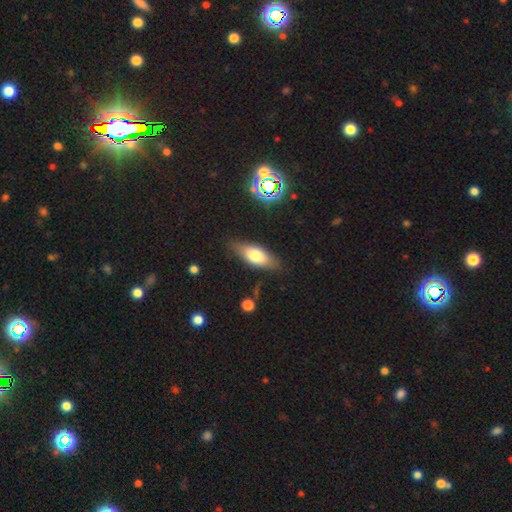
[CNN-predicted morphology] smooth-or-featured: smooth: 67% | featured or disk: 25% | star or artifact: 8%
  how-rounded: in between: 75% | cigar-shaped: 22% | round: 3%
  merging: none: 82% | minor disturbance: 13% | major disturbance: 3% | merger: 2%